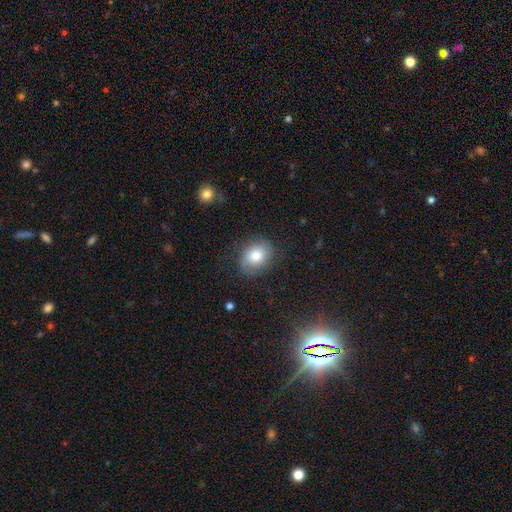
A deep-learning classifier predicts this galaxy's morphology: The model was most divided on "how rounded": round: 51%, in between: 48%, cigar-shaped: 1%. More confident: merging — none (76%); smooth or featured — smooth (70%).